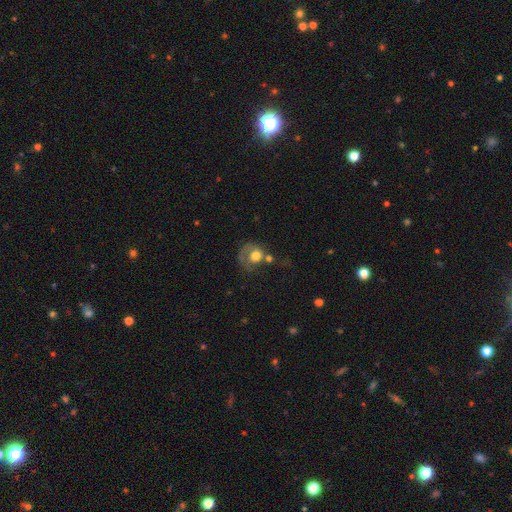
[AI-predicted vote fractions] This appears to be a smooth galaxy with no disk features (47%). Merging: major disturbance (35%).